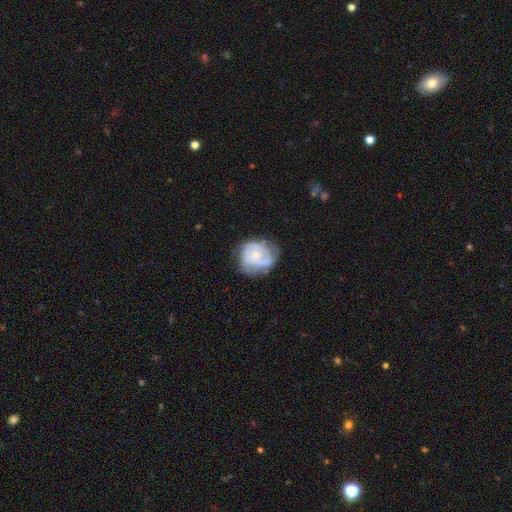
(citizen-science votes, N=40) A featured or disk galaxy (65%) with no bar (88%), medium (47%) spiral arms (68%) and a small central bulge (60%).

Vote fractions:
- Smooth or featured? featured or disk: 65% / smooth: 28% / star or artifact: 8%
- Edge-on disk? no: 96% / yes: 4%
- Bar? no: 88% / weak: 8% / strong: 4%
- Spiral arms? yes: 68% / no: 32%
- Spiral winding? medium: 47% / tight: 41% / loose: 12%
- Spiral arm count? can't tell: 41% / 1: 29% / 2: 24% / 3: 6% / 4: 0% / more than 4: 0%
- Bulge size? small: 60% / moderate: 20% / none: 12% / large: 8% / dominant: 0%
- Merging? none: 46% / major disturbance: 30% / minor disturbance: 24% / merger: 0%